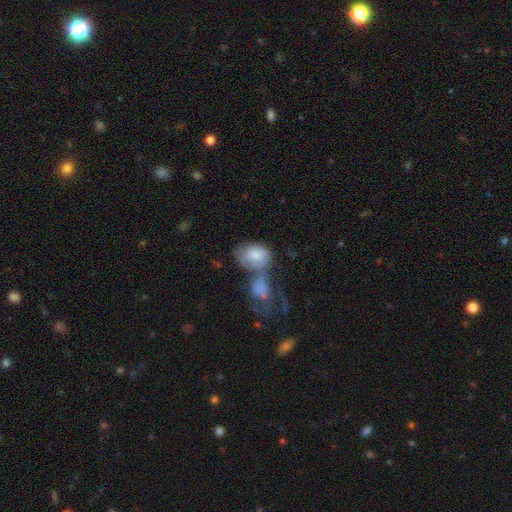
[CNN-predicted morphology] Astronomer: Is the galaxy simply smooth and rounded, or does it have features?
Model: smooth — 78%.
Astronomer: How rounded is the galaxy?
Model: in between — 76%.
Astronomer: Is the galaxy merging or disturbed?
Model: merger — 62%.